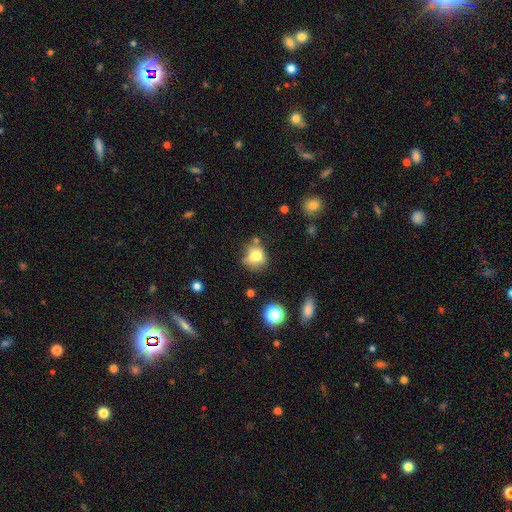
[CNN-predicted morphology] A smooth galaxy with no disk features (71%) that is round (66%).

Vote fractions:
- Smooth or featured? smooth: 71% / featured or disk: 16% / star or artifact: 12%
- How rounded? round: 66% / in between: 33% / cigar-shaped: 2%
- Merging? none: 55% / minor disturbance: 24% / merger: 12% / major disturbance: 9%